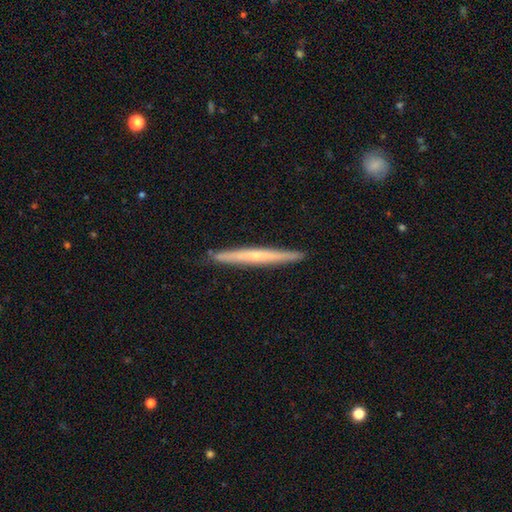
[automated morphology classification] A featured or disk galaxy (62%) viewed edge-on (97%) with no central bulge (49%).

Vote fractions:
- Smooth or featured? featured or disk: 62% / smooth: 33% / star or artifact: 5%
- Edge-on disk? yes: 97% / no: 3%
- Edge-on bulge? none: 49% / rounded: 47% / boxy: 4%
- Merging? none: 92% / minor disturbance: 6% / major disturbance: 1% / merger: 1%